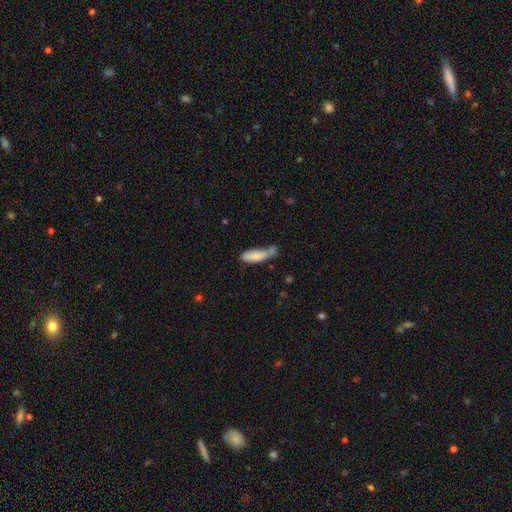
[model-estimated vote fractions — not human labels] This is clearly a smooth galaxy (81%). How rounded: possibly in between (51%). Merging: marginally none (35%).